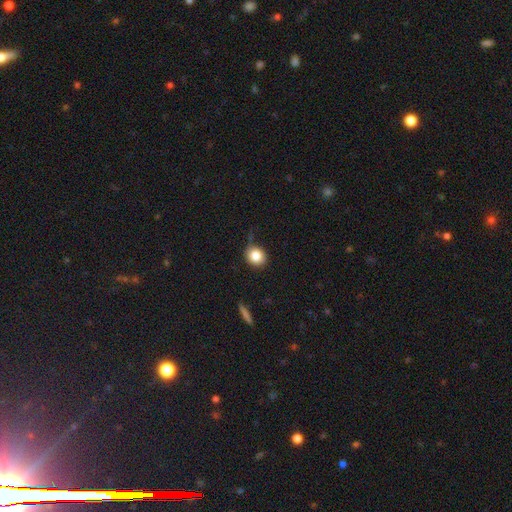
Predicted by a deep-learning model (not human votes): Smooth or featured: smooth — 83% (star or artifact — 9%)
How rounded: round — 76% (in between — 23%)
Merging: none — 67% (minor disturbance — 23%)